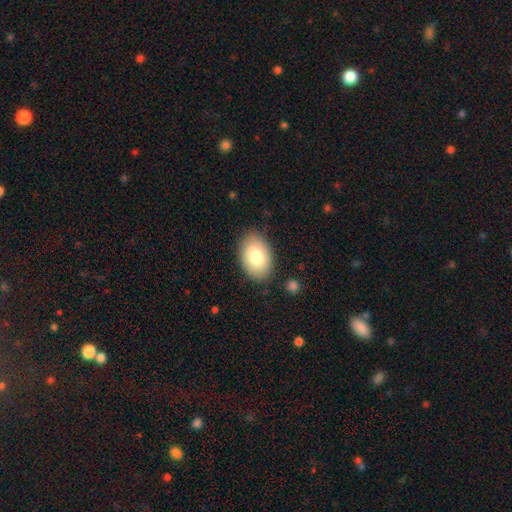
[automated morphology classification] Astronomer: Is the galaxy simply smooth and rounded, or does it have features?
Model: smooth — 80%.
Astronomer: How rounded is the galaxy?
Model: in between — 90%.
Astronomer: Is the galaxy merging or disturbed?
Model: none — 87%.